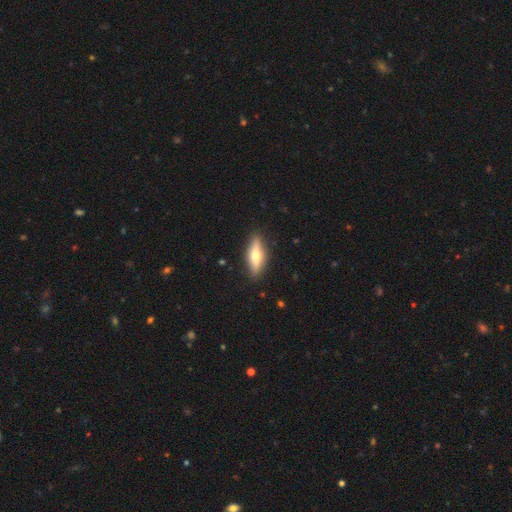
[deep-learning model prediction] smooth 52%, featured or disk 42%, star or artifact 6%. Down the decision tree: how rounded — in between (49%); merging — none (88%).